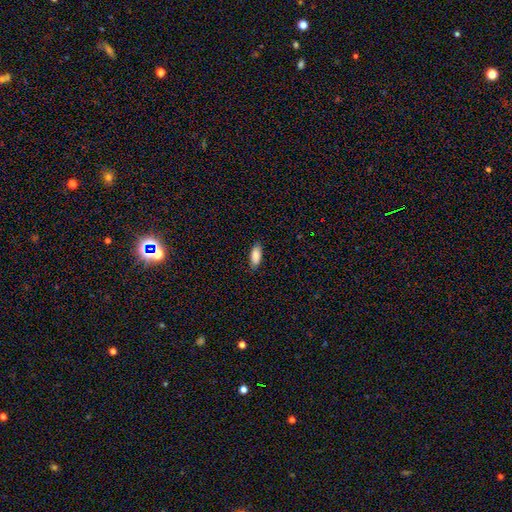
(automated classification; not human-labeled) A smooth galaxy with no disk features (87%) that is in between round and cigar-shaped (83%).

Vote fractions:
- Smooth or featured? smooth: 87% / featured or disk: 6% / star or artifact: 6%
- How rounded? in between: 83% / cigar-shaped: 16% / round: 2%
- Merging? none: 85% / minor disturbance: 12% / major disturbance: 2% / merger: 1%